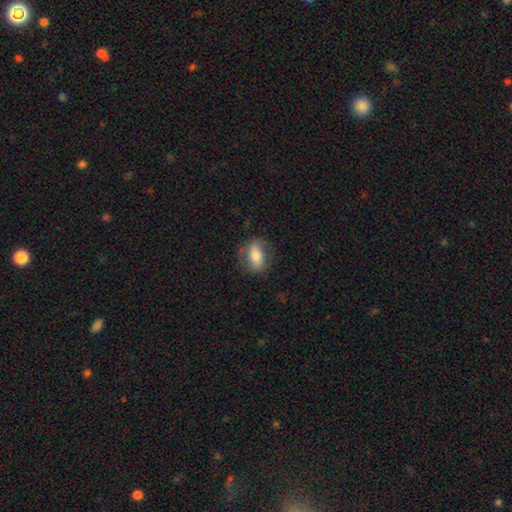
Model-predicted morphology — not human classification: Smooth or featured: smooth — 62% (featured or disk — 31%)
How rounded: in between — 76% (round — 18%)
Merging: none — 79% (minor disturbance — 15%)